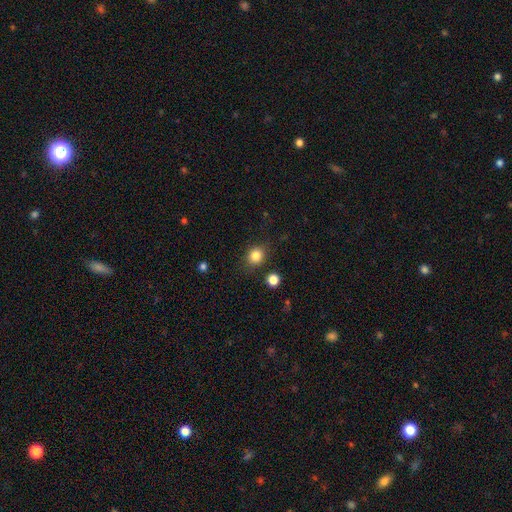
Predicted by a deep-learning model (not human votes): Smooth or featured: smooth — 84% (star or artifact — 11%)
How rounded: round — 75% (in between — 25%)
Merging: none — 83% (minor disturbance — 10%)